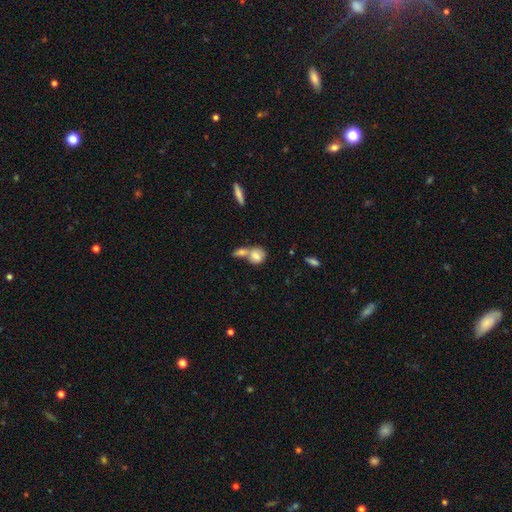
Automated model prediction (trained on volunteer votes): Smooth or featured? smooth (78%)
How rounded? round (56%)
Merging? merger (59%)